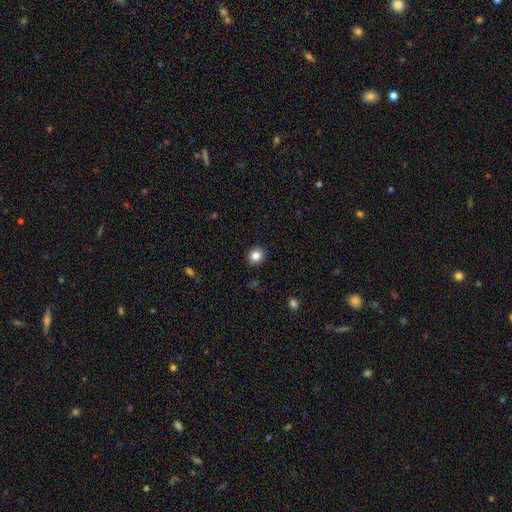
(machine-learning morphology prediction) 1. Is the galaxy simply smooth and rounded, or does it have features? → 84% smooth, 11% star or artifact, 6% featured or disk.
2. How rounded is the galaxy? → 82% round, 17% in between, 1% cigar-shaped.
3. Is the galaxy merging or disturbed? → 91% none, 6% minor disturbance, 2% major disturbance, 1% merger.